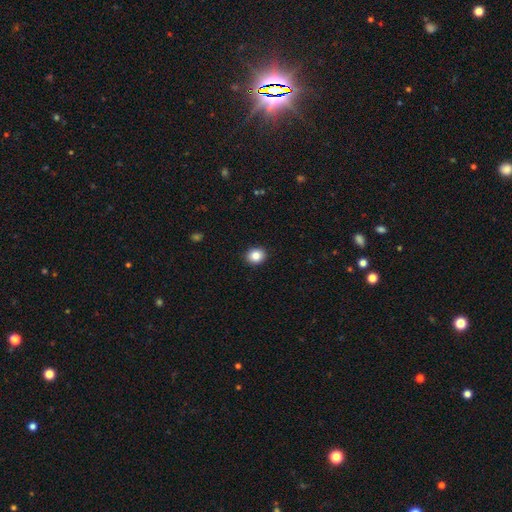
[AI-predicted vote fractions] smooth-or-featured: smooth: 85% | star or artifact: 9% | featured or disk: 6%
  how-rounded: round: 72% | in between: 27% | cigar-shaped: 1%
  merging: none: 92% | minor disturbance: 5% | major disturbance: 2% | merger: 1%